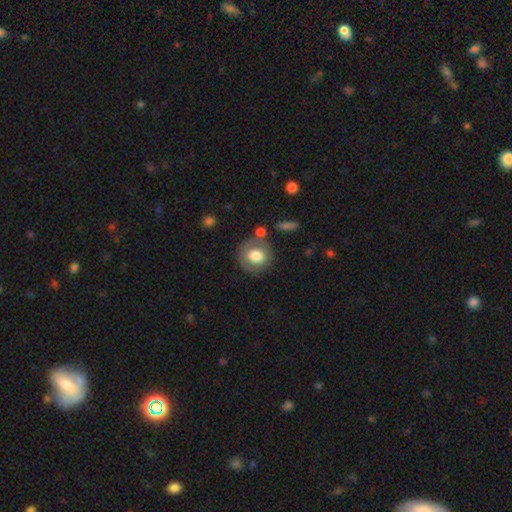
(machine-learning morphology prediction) Smooth or featured? Predicted: smooth (p=0.72). How rounded? Predicted: round (p=0.85). Merging? Predicted: none (p=0.70).